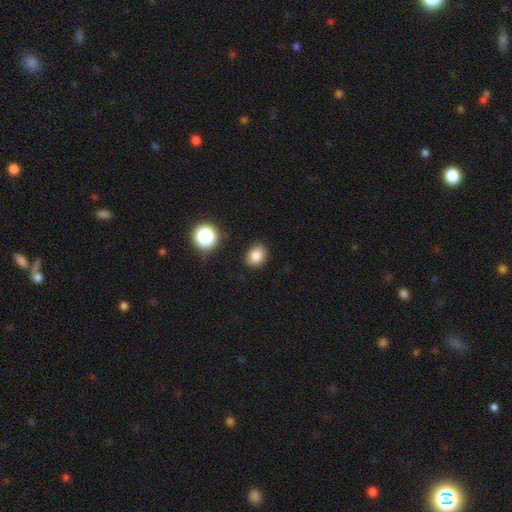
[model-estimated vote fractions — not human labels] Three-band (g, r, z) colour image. It shows a smooth galaxy with no disk features (82%) that is round (52%). Merging: none (82%).